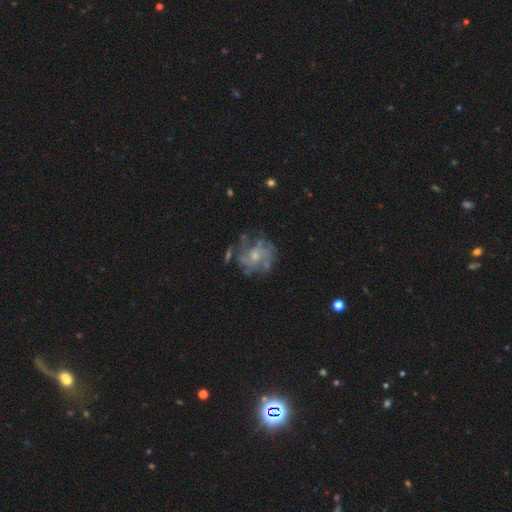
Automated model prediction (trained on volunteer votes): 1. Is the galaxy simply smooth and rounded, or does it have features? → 72% featured or disk, 18% smooth, 10% star or artifact.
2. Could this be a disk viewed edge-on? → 98% no, 2% yes.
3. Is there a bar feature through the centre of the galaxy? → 80% no, 17% weak, 3% strong.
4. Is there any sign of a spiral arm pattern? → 66% yes, 34% no.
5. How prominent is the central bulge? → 57% small, 37% moderate, 3% none, 2% large, 1% dominant.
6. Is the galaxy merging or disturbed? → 56% none, 20% minor disturbance, 19% major disturbance, 5% merger.